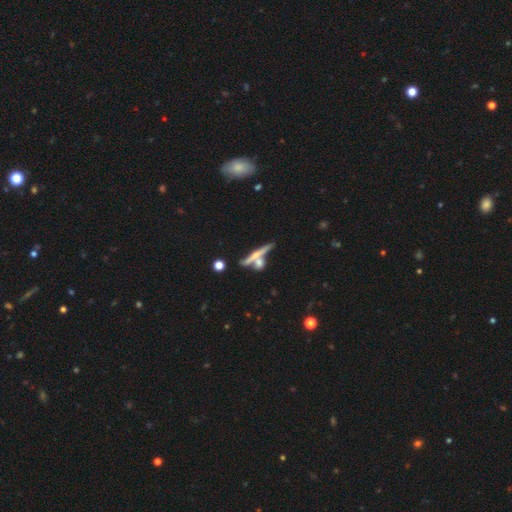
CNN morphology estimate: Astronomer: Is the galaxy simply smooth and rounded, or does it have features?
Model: featured or disk — 50% (runner-up: smooth, 42%).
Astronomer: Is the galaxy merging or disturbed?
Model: none — 57%.